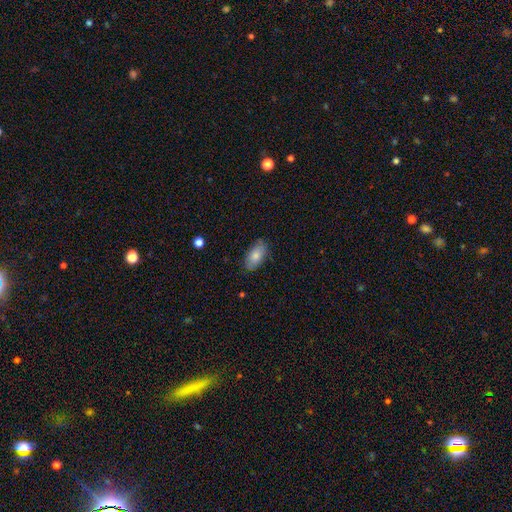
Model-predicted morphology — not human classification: This appears to be a smooth galaxy with no disk features (79%) that is in between round and cigar-shaped (93%). Merging: none (81%).